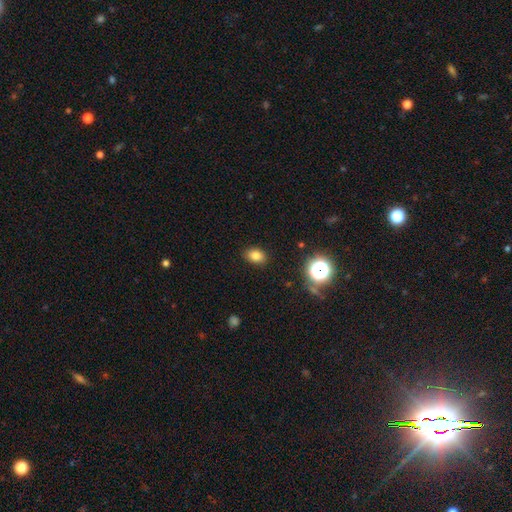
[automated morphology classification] smooth-or-featured: smooth: 81% | star or artifact: 13% | featured or disk: 6%
  how-rounded: in between: 72% | round: 27% | cigar-shaped: 1%
  merging: none: 88% | minor disturbance: 8% | major disturbance: 3% | merger: 1%